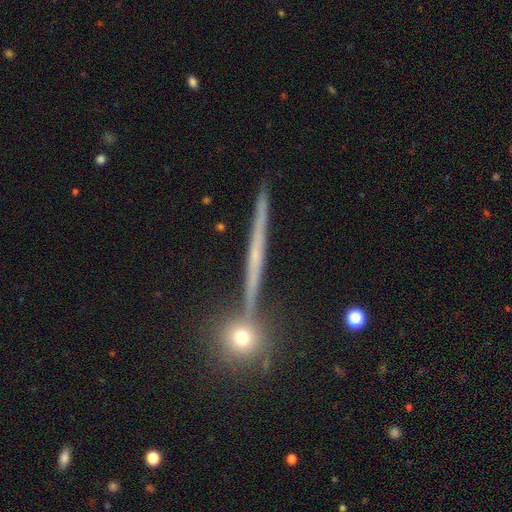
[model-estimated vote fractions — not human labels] Morphology: type=featured or disk (65%); edge-on=yes (97%); edge-on bulge=none (79%); merging=none (87%).